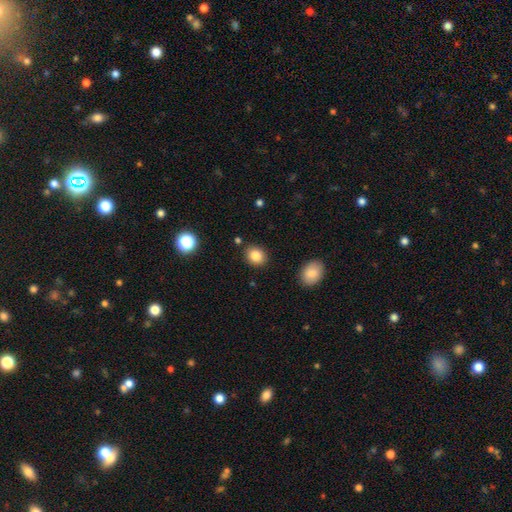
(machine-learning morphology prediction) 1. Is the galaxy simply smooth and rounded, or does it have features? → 84% smooth, 10% star or artifact, 6% featured or disk.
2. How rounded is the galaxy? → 64% round, 35% in between, 1% cigar-shaped.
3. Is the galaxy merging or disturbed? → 87% none, 8% minor disturbance, 3% merger, 2% major disturbance.